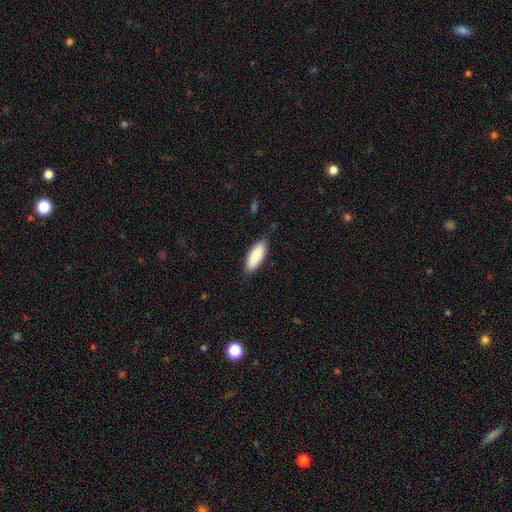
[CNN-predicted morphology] The model was most divided on "how rounded": in between: 74%, cigar-shaped: 25%, round: 2%. More confident: smooth or featured — smooth (87%); merging — none (81%).